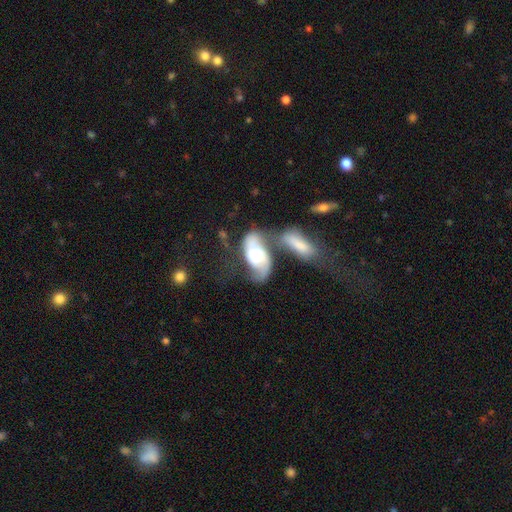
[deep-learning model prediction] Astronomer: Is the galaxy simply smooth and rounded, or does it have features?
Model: featured or disk — 72%.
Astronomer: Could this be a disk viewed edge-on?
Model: no — 95%.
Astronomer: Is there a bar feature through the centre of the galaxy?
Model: no — 54% (runner-up: weak, 35%).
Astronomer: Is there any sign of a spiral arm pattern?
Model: yes — 91%.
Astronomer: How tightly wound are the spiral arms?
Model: loose — 43% (runner-up: medium, 41%).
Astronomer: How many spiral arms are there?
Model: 2 — 85%.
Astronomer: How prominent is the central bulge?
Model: moderate — 59%.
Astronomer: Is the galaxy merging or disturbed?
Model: merger — 52%.